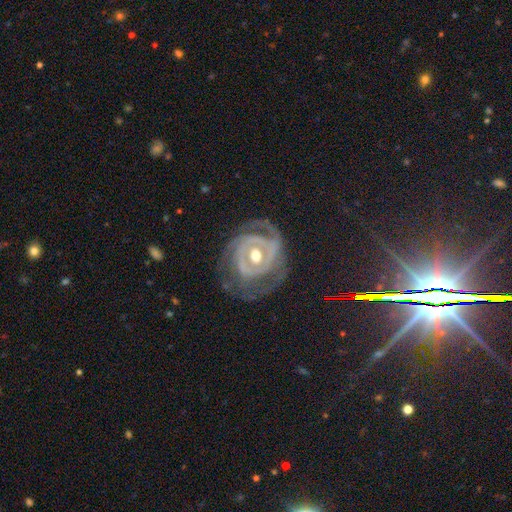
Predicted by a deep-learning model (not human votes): Overall: featured or disk (87%). Edge-on disk: no (97%). Bar: no (53%; weak 32%). Spiral arms: yes (87%). Spiral arm count: 2 (33%; can't tell 27%). Spiral winding: tight (61%; medium 28%). Bulge size: moderate (78%). Merging: none (64%).